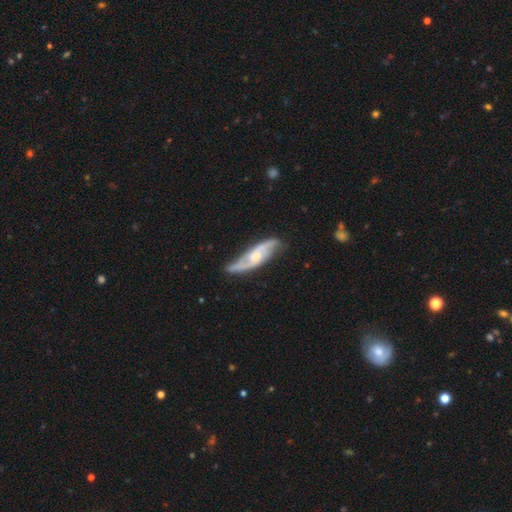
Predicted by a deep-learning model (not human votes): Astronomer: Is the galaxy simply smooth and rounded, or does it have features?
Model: featured or disk — 81%.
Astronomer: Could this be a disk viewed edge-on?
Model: no — 82%.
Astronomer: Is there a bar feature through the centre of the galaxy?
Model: no — 56% (runner-up: weak, 36%).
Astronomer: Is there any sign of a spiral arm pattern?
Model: yes — 95%.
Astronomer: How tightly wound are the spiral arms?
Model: medium — 43% (runner-up: loose, 39%).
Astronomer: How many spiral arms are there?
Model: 2 — 86%.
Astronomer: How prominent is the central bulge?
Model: moderate — 53% (runner-up: small, 39%).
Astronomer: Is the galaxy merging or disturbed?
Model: none — 74%.